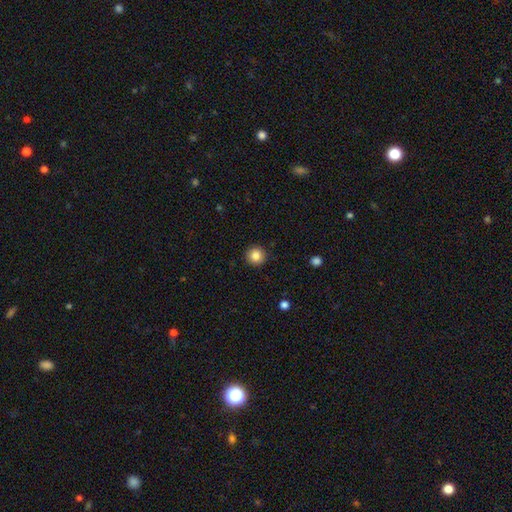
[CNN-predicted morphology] A smooth galaxy with no disk features (85%) that is round (95%). Merging: none (92%).